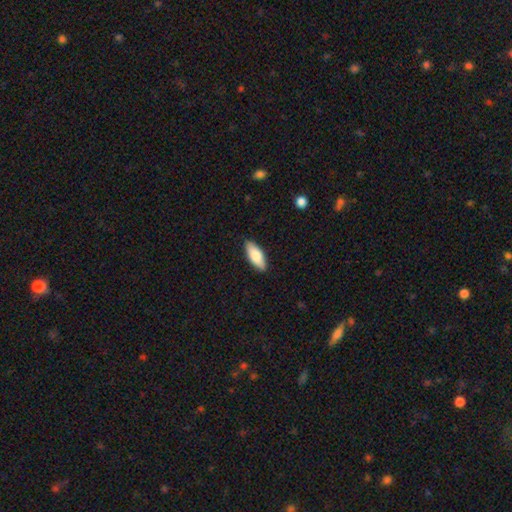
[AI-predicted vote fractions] Morphology: type=smooth (81%); roundness=in between (77%); merging=none (88%).